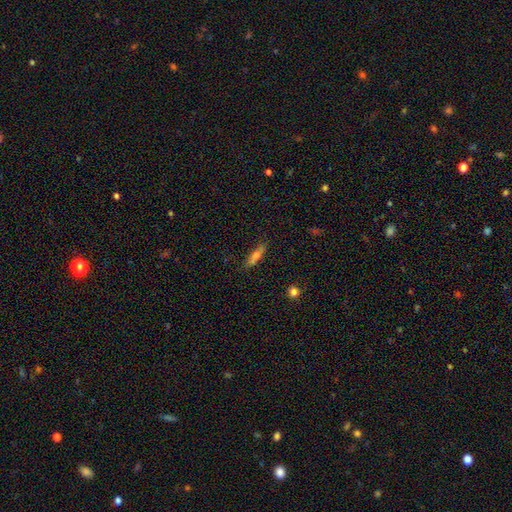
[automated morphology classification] smooth_or_featured: smooth (p=0.54) [alt: featured or disk p=0.36]
how_rounded: cigar-shaped (p=0.76) [alt: in between p=0.21]
merging: none (p=0.81) [alt: minor disturbance p=0.13]